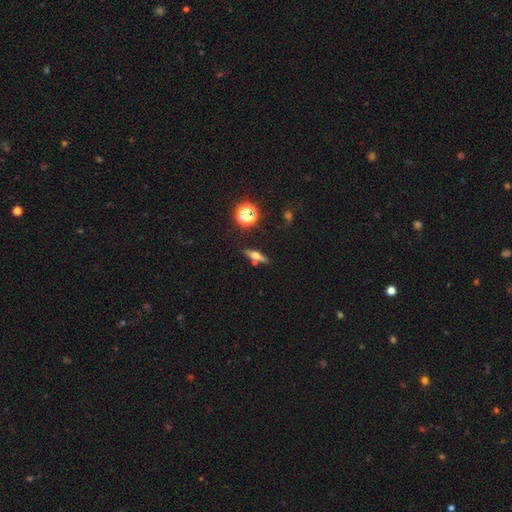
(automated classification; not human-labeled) This appears to be a featured or disk galaxy (45%). Merging: none (76%).